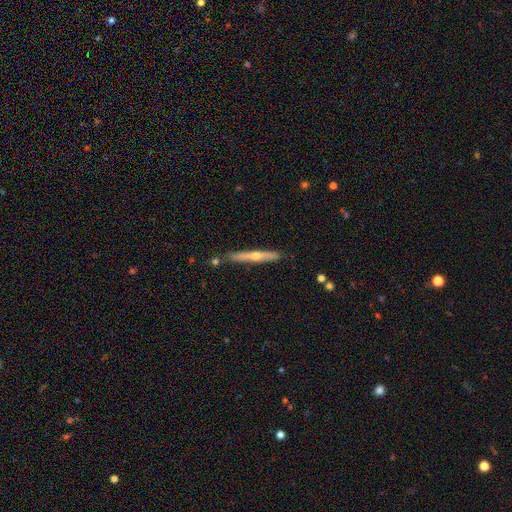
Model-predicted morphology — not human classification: Smooth or featured?
  - featured or disk: 67% *
  - smooth: 26%
  - star or artifact: 8%
Edge-on disk?
  - yes: 96% *
  - no: 4%
Edge-on bulge?
  - rounded: 77% *
  - none: 19%
  - boxy: 4%
Merging?
  - none: 84% *
  - minor disturbance: 12%
  - merger: 3%
  - major disturbance: 2%